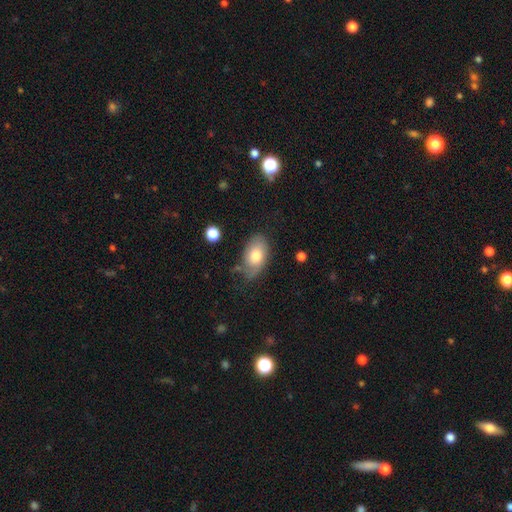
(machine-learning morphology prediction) The model was most divided on "merging": none: 60%, minor disturbance: 29%, major disturbance: 8%, merger: 3%. More confident: how rounded — in between (92%); smooth or featured — smooth (72%).